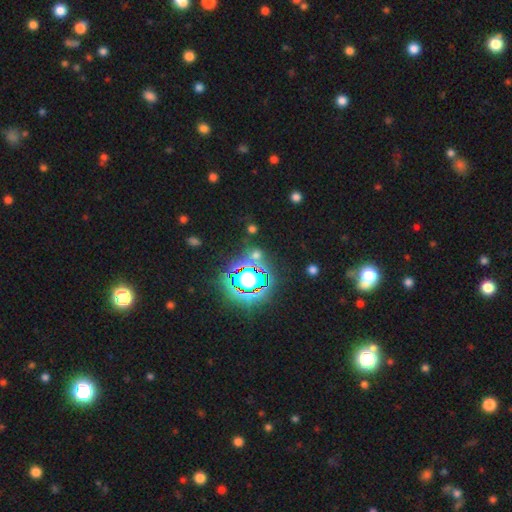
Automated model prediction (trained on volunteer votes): This appears to be a star or artifact, not a galaxy (58%).